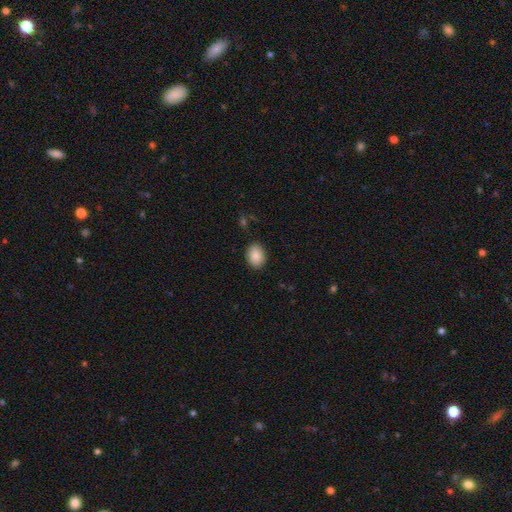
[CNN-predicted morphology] smooth_or_featured: smooth (p=0.88) [alt: star or artifact p=0.07]
how_rounded: in between (p=0.66) [alt: round p=0.33]
merging: none (p=0.88) [alt: minor disturbance p=0.09]